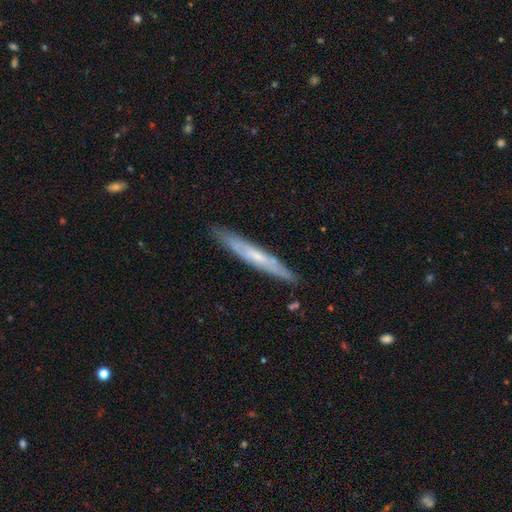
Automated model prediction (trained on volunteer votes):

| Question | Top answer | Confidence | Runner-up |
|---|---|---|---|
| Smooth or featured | featured or disk | 52% | smooth (43%) |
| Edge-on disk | yes | 85% | no (15%) |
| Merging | none | 87% | minor disturbance (10%) |